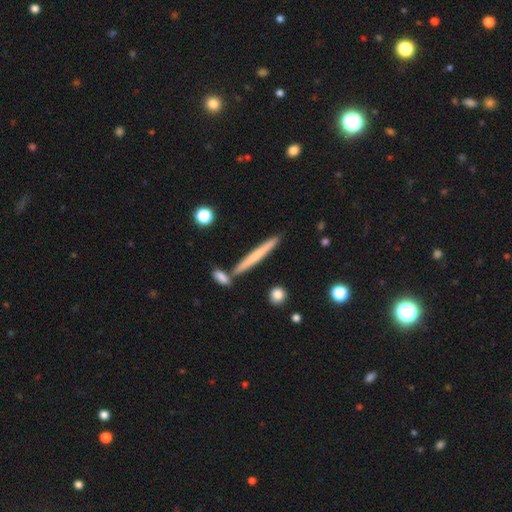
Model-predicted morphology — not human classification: A smooth galaxy with no disk features (58%) that is cigar-shaped (96%). Merging: none (82%).